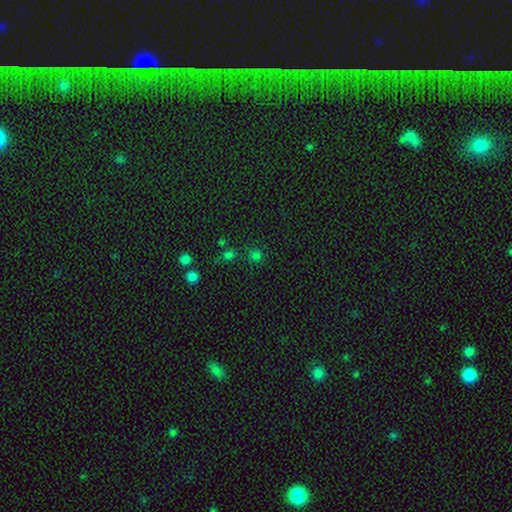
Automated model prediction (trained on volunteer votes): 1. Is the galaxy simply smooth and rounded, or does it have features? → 65% smooth, 30% star or artifact, 5% featured or disk.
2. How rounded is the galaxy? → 88% round, 11% in between, 1% cigar-shaped.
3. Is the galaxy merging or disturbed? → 73% none, 11% merger, 11% minor disturbance, 5% major disturbance.